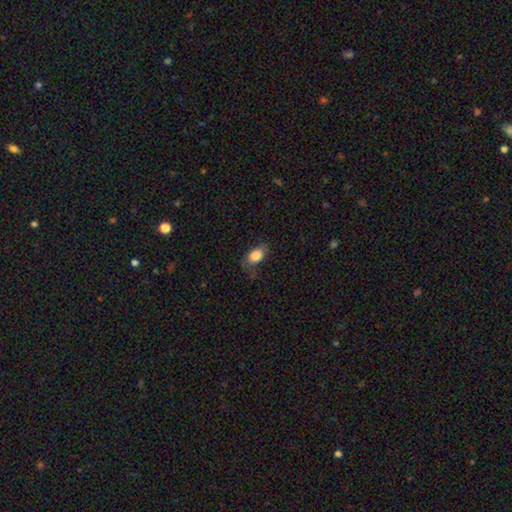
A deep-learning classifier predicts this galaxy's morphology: smooth-or-featured: smooth: 83% | featured or disk: 9% | star or artifact: 8%
  how-rounded: in between: 84% | round: 13% | cigar-shaped: 3%
  merging: none: 58% | minor disturbance: 28% | major disturbance: 12% | merger: 2%